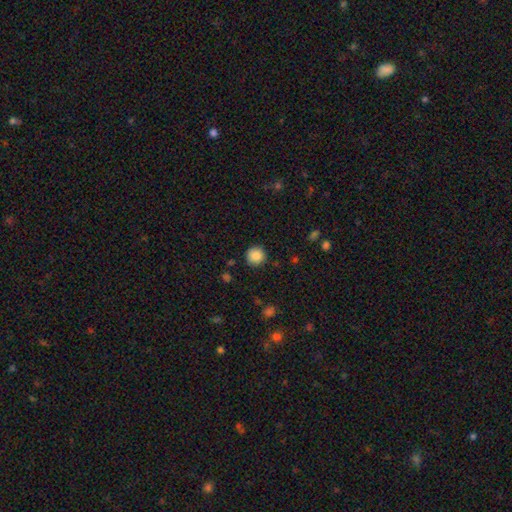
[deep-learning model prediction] Q: Smooth or featured?
A: smooth (87%); runner-up: star or artifact (9%)
Q: How rounded?
A: round (94%); runner-up: in between (5%)
Q: Merging?
A: none (89%); runner-up: minor disturbance (7%)